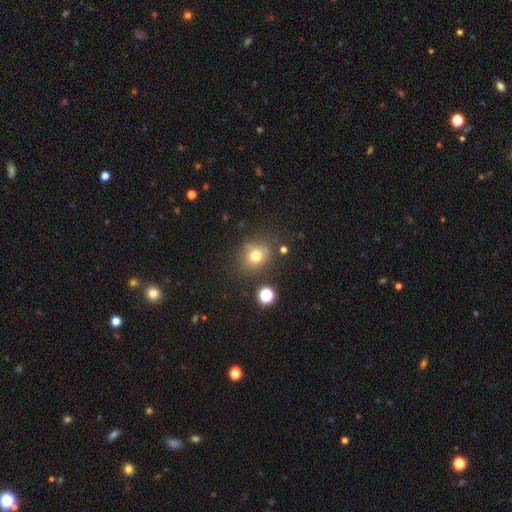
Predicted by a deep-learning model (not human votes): Q: Smooth or featured?
A: smooth (74%); runner-up: star or artifact (16%)
Q: How rounded?
A: round (76%); runner-up: in between (23%)
Q: Merging?
A: none (77%); runner-up: minor disturbance (13%)